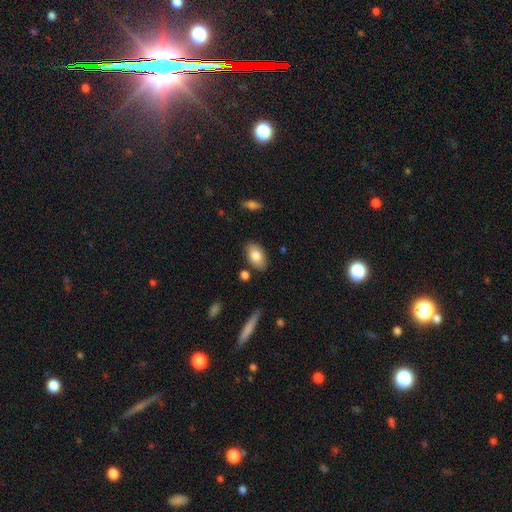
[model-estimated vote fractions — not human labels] Smooth or featured? Predicted: smooth (p=0.82). How rounded? Predicted: in between (p=0.92). Merging? Predicted: none (p=0.83).